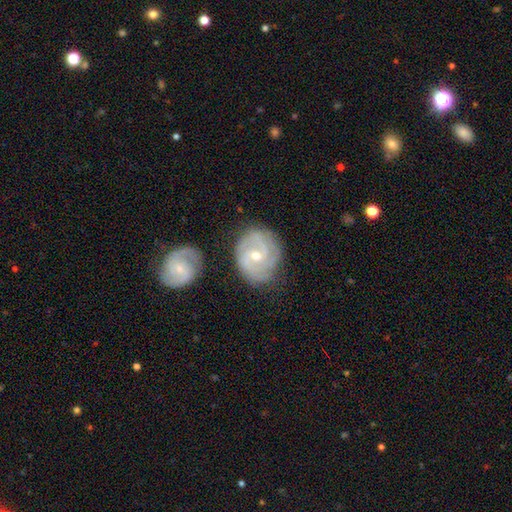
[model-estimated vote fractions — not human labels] A featured or disk galaxy (86%) with no bar (48%), 3 (38%) tight (56%) spiral arms (97%) and a small central bulge (54%). Merging: none (74%).